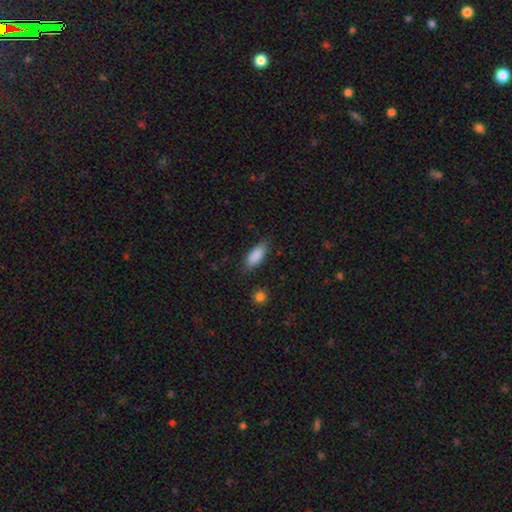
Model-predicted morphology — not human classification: Smooth or featured? Predicted: smooth (p=0.88). How rounded? Predicted: in between (p=0.81). Merging? Predicted: none (p=0.80).